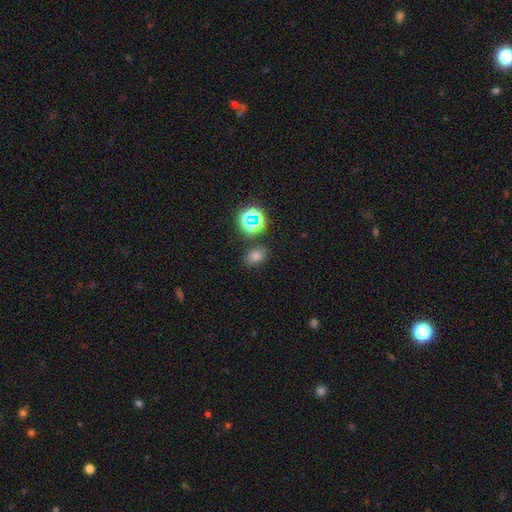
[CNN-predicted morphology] A smooth galaxy with no disk features (66%) that is in between round and cigar-shaped (66%). Merging: none (82%).